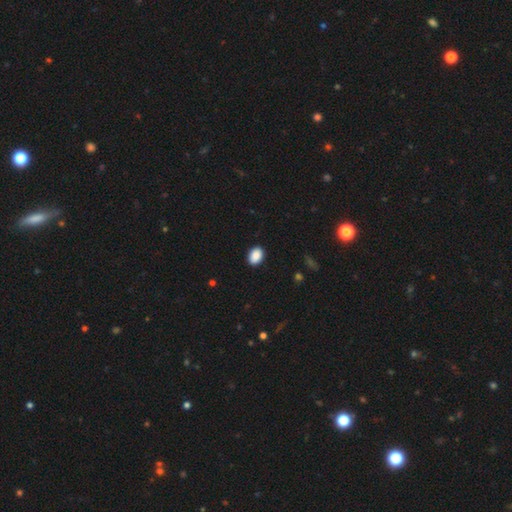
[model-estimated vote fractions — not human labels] Overall: smooth (90%). How rounded: in between (80%). Merging: none (88%).